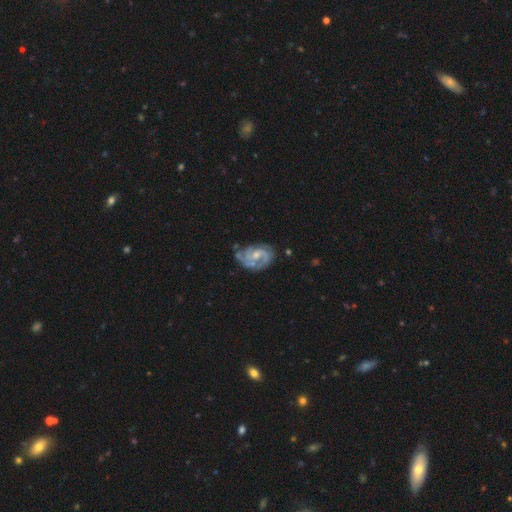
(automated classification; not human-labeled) This is clearly a featured or disk galaxy (87%). It is clearly not viewed edge-on (98%). Bar: possibly no (52%). Spiral arm pattern: clearly yes (96%). Spiral arm count: possibly 2 (52%). Spiral winding: possibly tight (46%). Central bulge: possibly moderate (48%). Merging: likely none (63%).